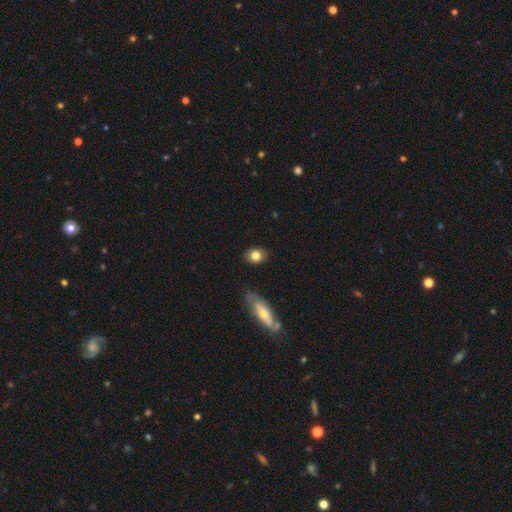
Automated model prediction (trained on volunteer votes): Smooth or featured? Predicted: smooth (p=0.81). How rounded? Predicted: in between (p=0.55). Merging? Predicted: none (p=0.83).